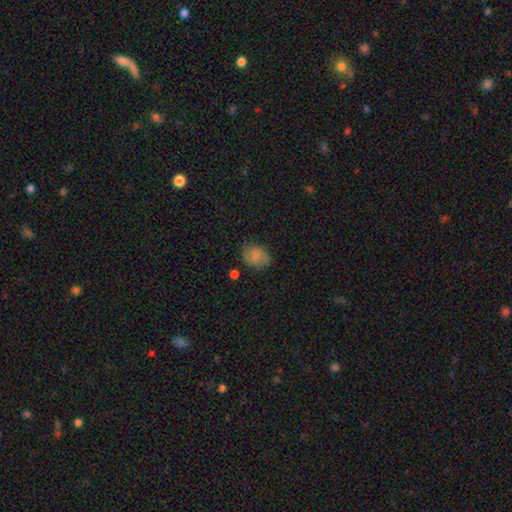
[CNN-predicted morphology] smooth_or_featured: smooth (p=0.69) [alt: featured or disk p=0.20]
how_rounded: in between (p=0.64) [alt: round p=0.34]
merging: none (p=0.66) [alt: minor disturbance p=0.24]